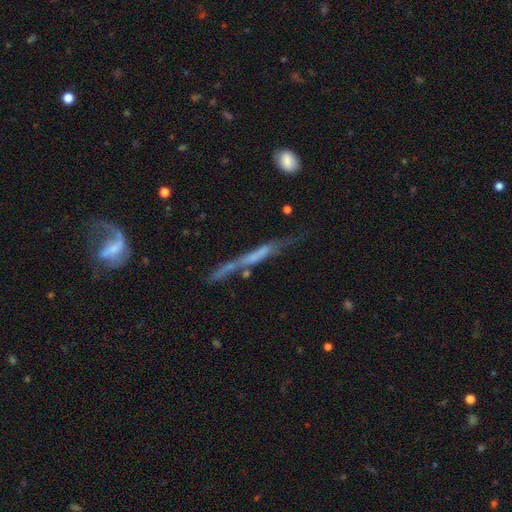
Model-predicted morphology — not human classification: type=featured or disk (57%); edge-on=yes (80%); merging=none (45%).